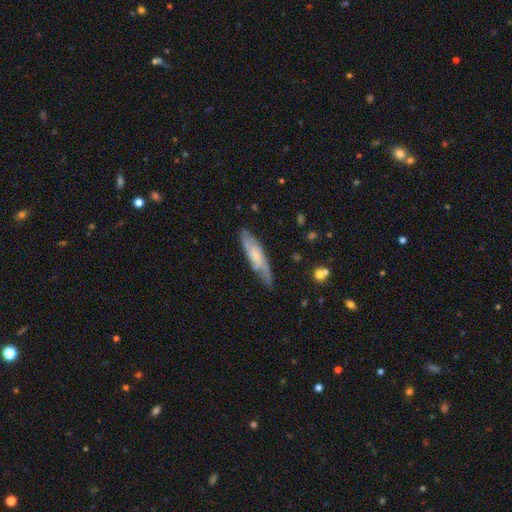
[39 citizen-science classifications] A featured or disk galaxy (72%) with no bar (53%), medium (50%) spiral arms (93%) and a small central bulge (40%). Merging: none (82%).